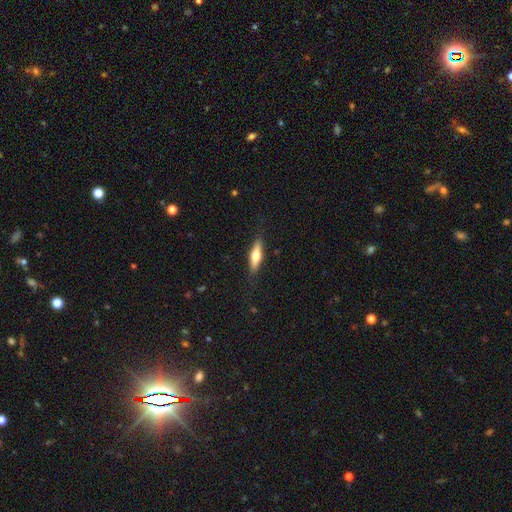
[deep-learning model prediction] smooth 51%, featured or disk 43%, star or artifact 6%. Down the decision tree: how rounded — cigar-shaped (63%); merging — none (86%).